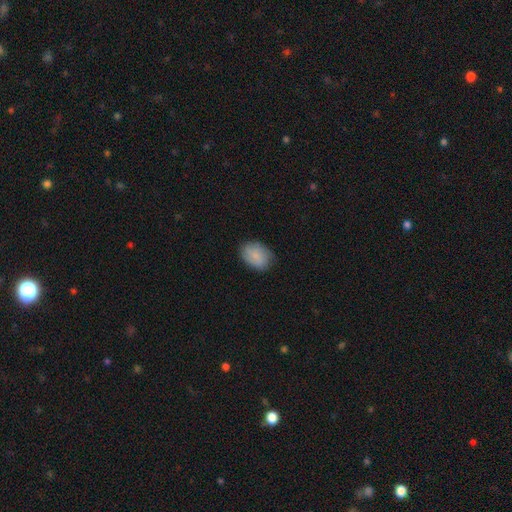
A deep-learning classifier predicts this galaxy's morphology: Smooth or featured: smooth — 83% (featured or disk — 11%)
How rounded: in between — 77% (round — 22%)
Merging: none — 79% (minor disturbance — 17%)